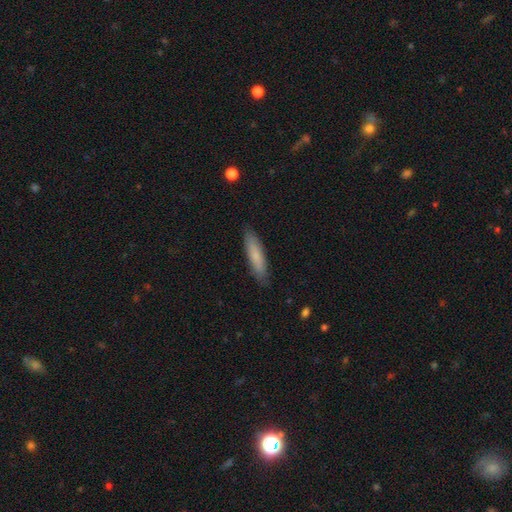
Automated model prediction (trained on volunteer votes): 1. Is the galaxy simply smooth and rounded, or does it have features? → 76% smooth, 18% featured or disk, 6% star or artifact.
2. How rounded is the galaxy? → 78% cigar-shaped, 20% in between, 1% round.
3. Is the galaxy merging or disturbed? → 87% none, 10% minor disturbance, 2% major disturbance, 1% merger.